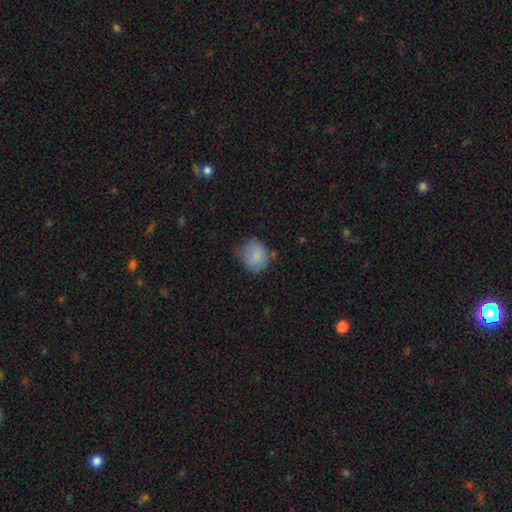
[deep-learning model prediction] smooth_or_featured: smooth (p=0.83) [alt: featured or disk p=0.09]
how_rounded: round (p=0.74) [alt: in between p=0.25]
merging: none (p=0.55) [alt: minor disturbance p=0.33]